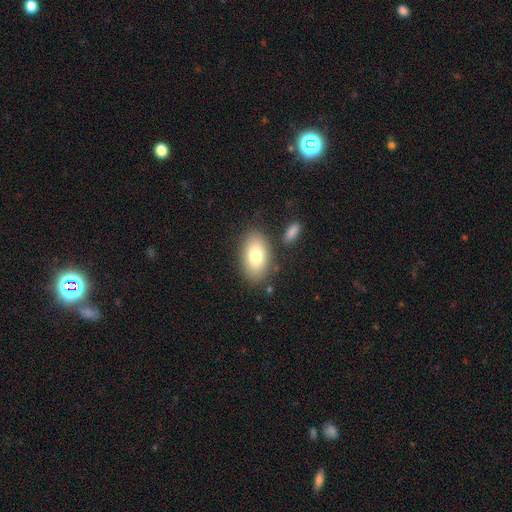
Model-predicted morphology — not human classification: smooth 79%, featured or disk 13%, star or artifact 8%. Down the decision tree: how rounded — in between (91%); merging — none (80%).